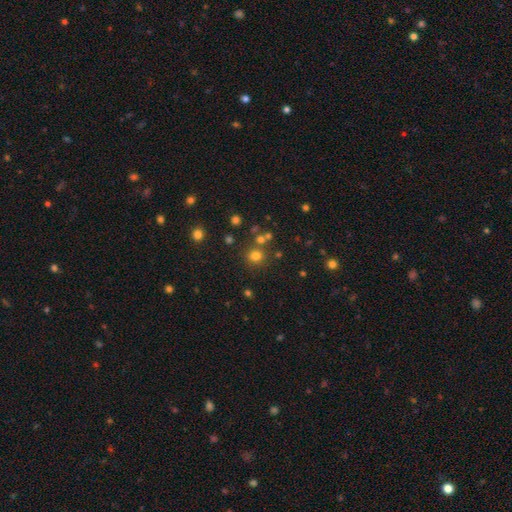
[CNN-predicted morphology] smooth-or-featured: smooth: 73% | star or artifact: 20% | featured or disk: 7%
  how-rounded: round: 89% | in between: 10% | cigar-shaped: 1%
  merging: none: 77% | merger: 11% | minor disturbance: 8% | major disturbance: 4%